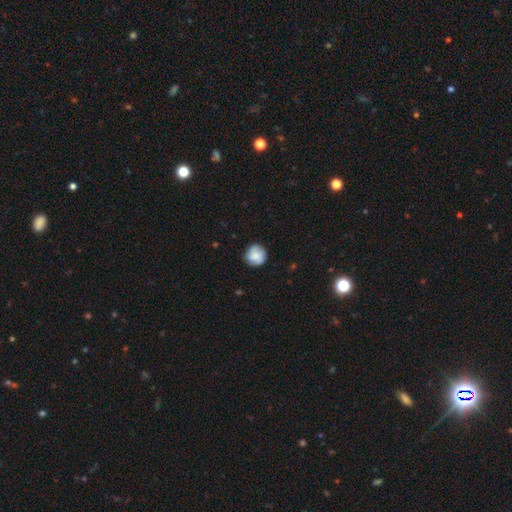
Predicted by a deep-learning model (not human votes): A smooth galaxy with no disk features (67%) that is round (91%). Merging: none (80%).